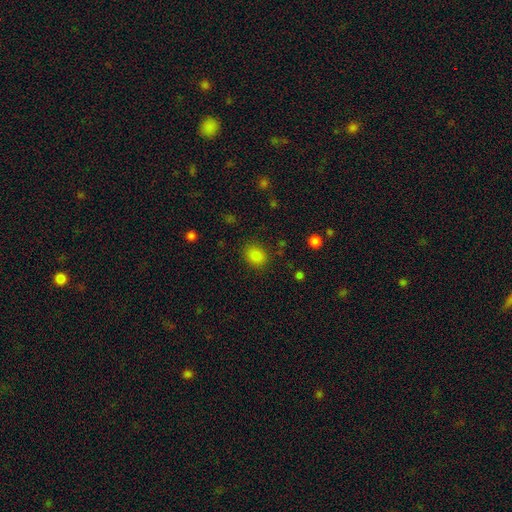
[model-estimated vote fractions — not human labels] smooth_or_featured: smooth (p=0.85) [alt: star or artifact p=0.12]
how_rounded: round (p=0.53) [alt: in between p=0.46]
merging: none (p=0.84) [alt: minor disturbance p=0.11]